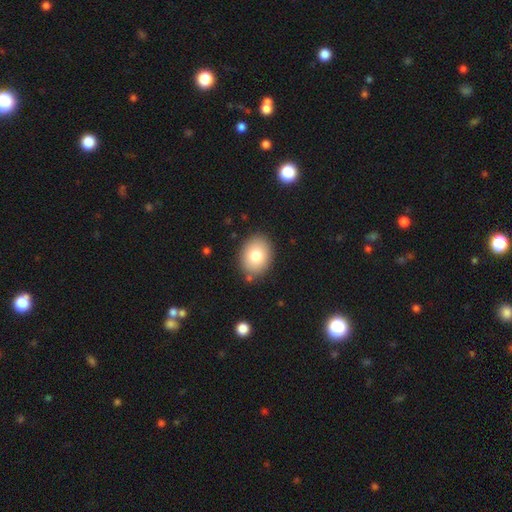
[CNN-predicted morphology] Smooth or featured? smooth (78%)
How rounded? in between (58%)
Merging? none (86%)